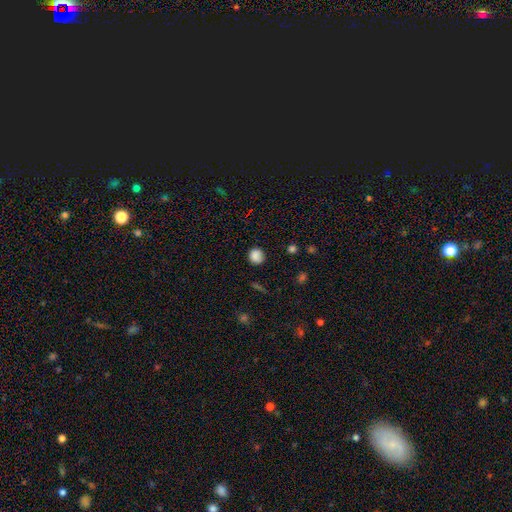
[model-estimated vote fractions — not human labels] smooth_or_featured: smooth (p=0.83) [alt: star or artifact p=0.11]
how_rounded: round (p=0.84) [alt: in between p=0.15]
merging: none (p=0.79) [alt: minor disturbance p=0.15]